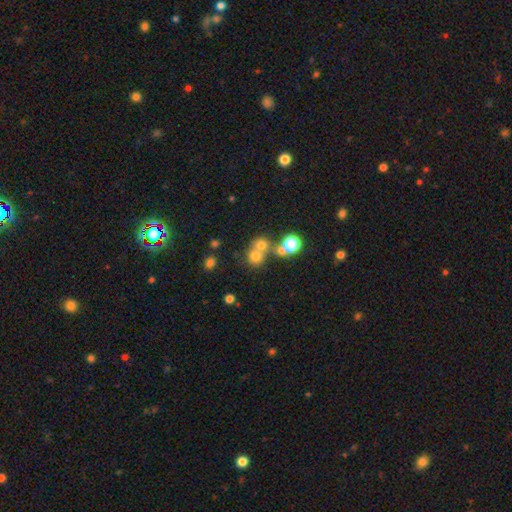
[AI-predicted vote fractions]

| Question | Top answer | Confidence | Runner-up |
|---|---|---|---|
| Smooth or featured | smooth | 67% | star or artifact (20%) |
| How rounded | round | 85% | in between (14%) |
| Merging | none | 48% | merger (41%) |